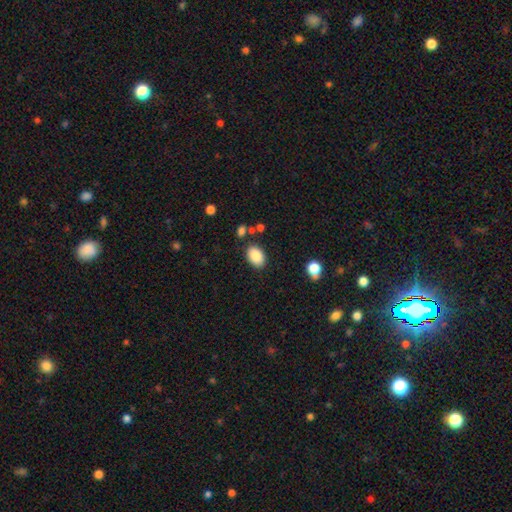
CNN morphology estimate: smooth 87%, star or artifact 8%, featured or disk 5%. Down the decision tree: how rounded — in between (86%); merging — none (83%).